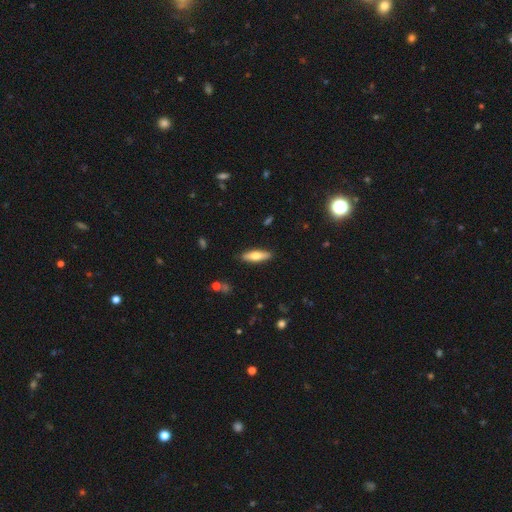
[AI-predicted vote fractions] A smooth galaxy with no disk features (61%) that is cigar-shaped (59%).

Vote fractions:
- Smooth or featured? smooth: 61% / featured or disk: 33% / star or artifact: 6%
- How rounded? cigar-shaped: 59% / in between: 39% / round: 2%
- Merging? none: 89% / minor disturbance: 8% / major disturbance: 2% / merger: 1%